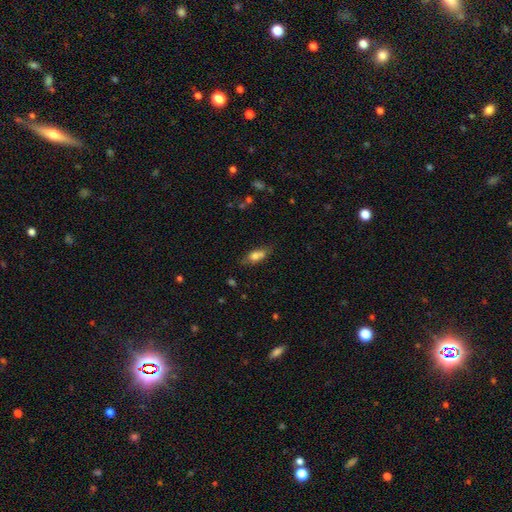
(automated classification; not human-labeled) smooth 70%, featured or disk 21%, star or artifact 9%. Down the decision tree: how rounded — in between (76%); merging — none (53%).